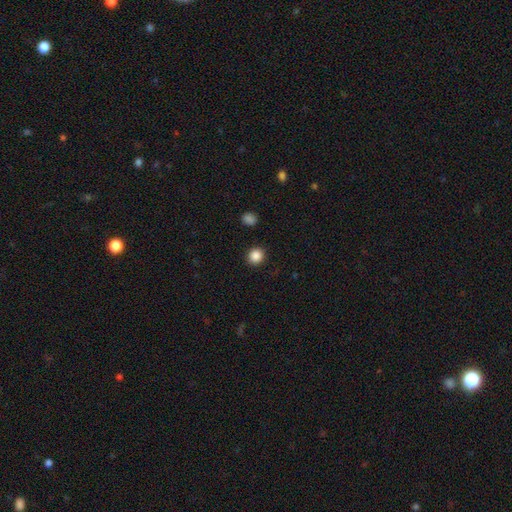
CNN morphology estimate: The model was most divided on "smooth or featured": smooth: 87%, star or artifact: 10%, featured or disk: 3%. More confident: merging — none (91%); how rounded — round (89%).